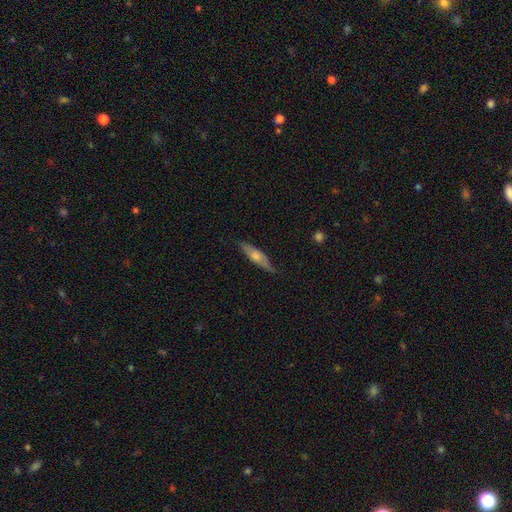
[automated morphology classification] Overall: featured or disk (54%; smooth 40%). Edge-on disk: yes (85%). Merging: none (79%).